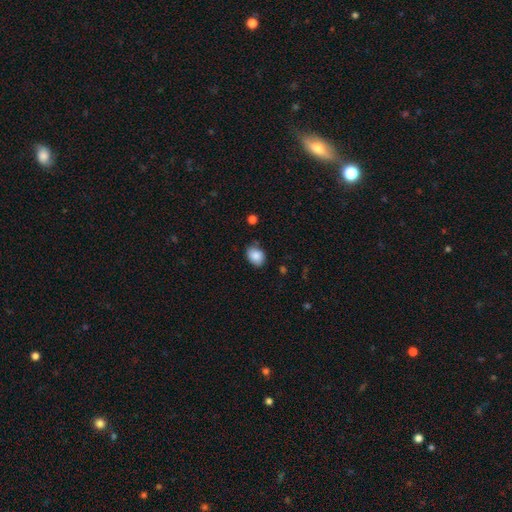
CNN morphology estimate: Smooth or featured?
  - smooth: 87% *
  - star or artifact: 8%
  - featured or disk: 5%
How rounded?
  - in between: 58% *
  - round: 41%
  - cigar-shaped: 1%
Merging?
  - none: 77% *
  - minor disturbance: 17%
  - major disturbance: 3%
  - merger: 2%